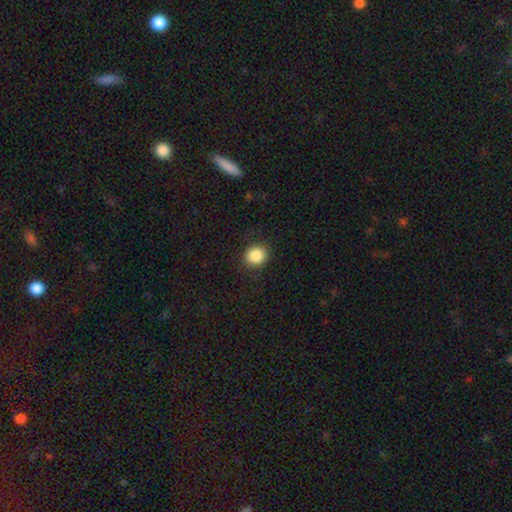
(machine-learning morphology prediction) smooth 87%, star or artifact 9%, featured or disk 4%. Down the decision tree: how rounded — round (77%); merging — none (88%).